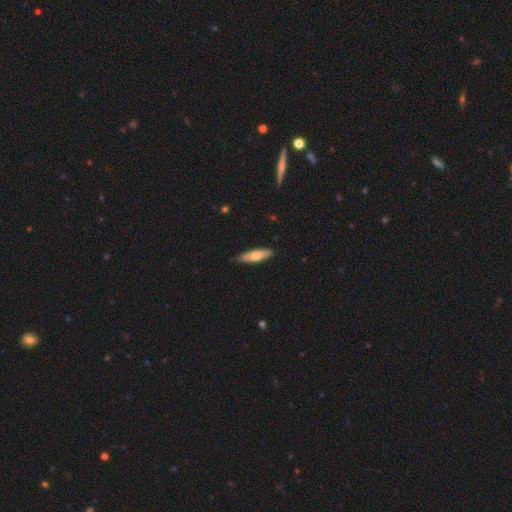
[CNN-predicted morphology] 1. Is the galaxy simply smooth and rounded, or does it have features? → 62% smooth, 33% featured or disk, 5% star or artifact.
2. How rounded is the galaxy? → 63% cigar-shaped, 35% in between, 2% round.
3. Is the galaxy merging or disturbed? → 85% none, 12% minor disturbance, 2% major disturbance, 1% merger.